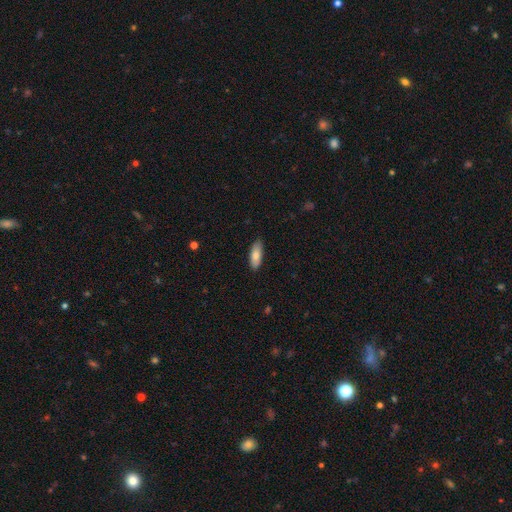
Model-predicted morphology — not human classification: smooth-or-featured: smooth: 80% | featured or disk: 14% | star or artifact: 6%
  how-rounded: in between: 71% | cigar-shaped: 27% | round: 2%
  merging: none: 87% | minor disturbance: 10% | major disturbance: 2% | merger: 1%